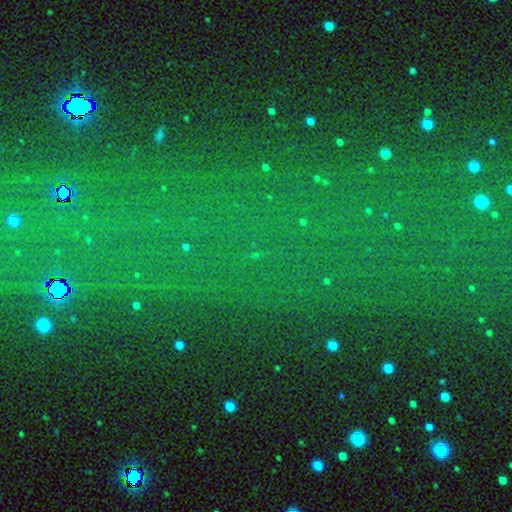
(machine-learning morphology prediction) A star or artifact, not a galaxy (80%).